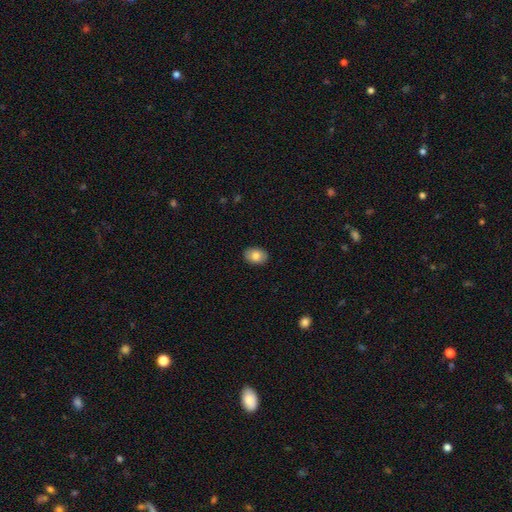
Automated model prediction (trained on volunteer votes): Overall: smooth (83%). How rounded: in between (76%). Merging: none (90%).